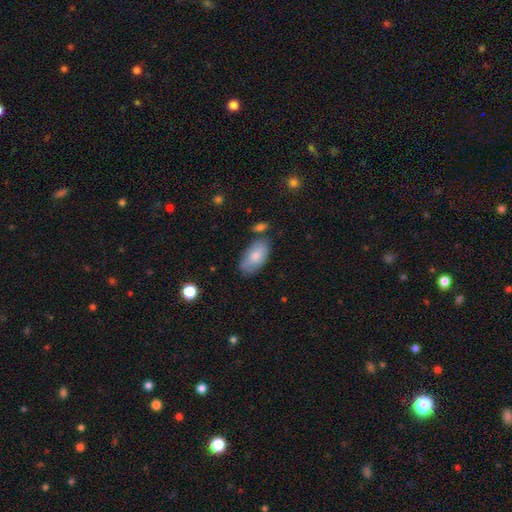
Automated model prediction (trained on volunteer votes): Smooth or featured? smooth (79%)
How rounded? in between (94%)
Merging? none (68%)